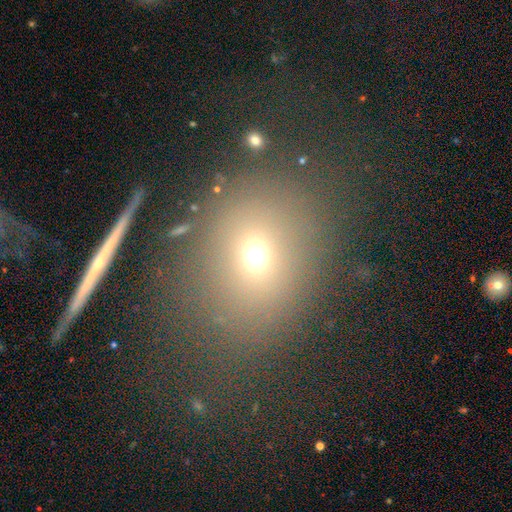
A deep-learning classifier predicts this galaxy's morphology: smooth-or-featured: smooth: 67% | star or artifact: 21% | featured or disk: 12%
  how-rounded: round: 63% | in between: 35% | cigar-shaped: 2%
  merging: none: 76% | minor disturbance: 12% | major disturbance: 8% | merger: 5%